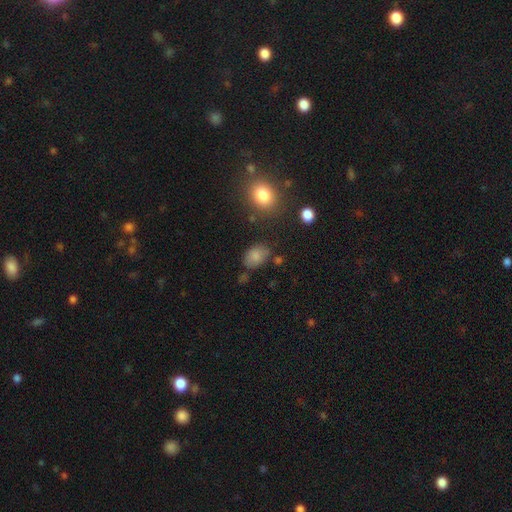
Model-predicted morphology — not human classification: A smooth galaxy with no disk features (80%) that is in between round and cigar-shaped (81%).

Vote fractions:
- Smooth or featured? smooth: 80% / star or artifact: 11% / featured or disk: 9%
- How rounded? in between: 81% / round: 18% / cigar-shaped: 1%
- Merging? none: 66% / minor disturbance: 22% / major disturbance: 7% / merger: 5%